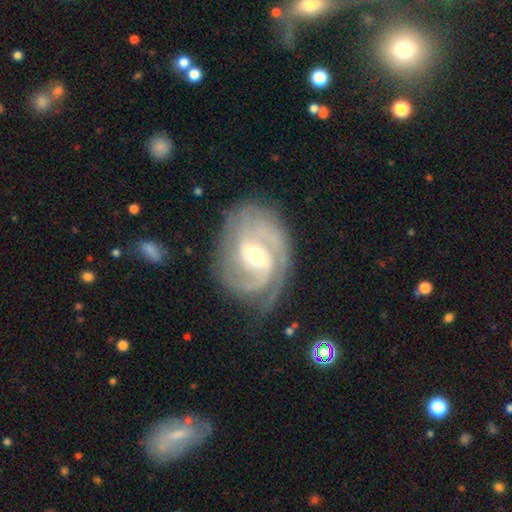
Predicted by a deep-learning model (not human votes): smooth-or-featured: featured or disk: 90% | smooth: 6% | star or artifact: 4%
  disk-edge-on: no: 97% | yes: 3%
    bar: weak: 51% | strong: 30% | no: 18%
    has-spiral-arms: yes: 97% | no: 3%
      spiral-winding: tight: 48% | medium: 41% | loose: 11%
      spiral-arm-count: 2: 57% | 3: 18% | can't tell: 12% | 1: 5% | 4: 4% | more than 4: 3%
    bulge-size: moderate: 64% | small: 28% | large: 5% | none: 1% | dominant: 1%
  merging: none: 71% | minor disturbance: 18% | major disturbance: 9% | merger: 2%